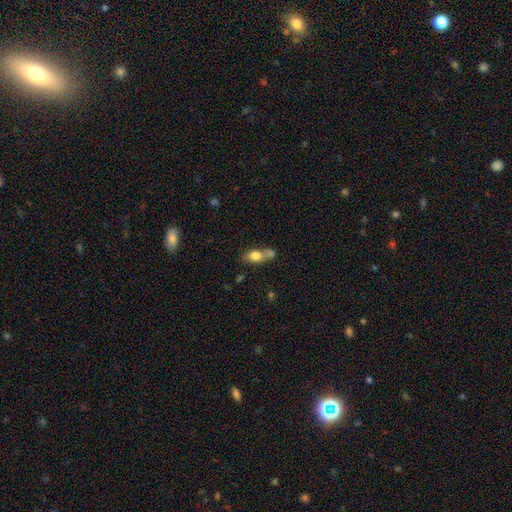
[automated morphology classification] The model was most divided on "merging": merger: 43%, none: 37%, minor disturbance: 14%, major disturbance: 6%. More confident: smooth or featured — smooth (76%); how rounded — in between (75%).